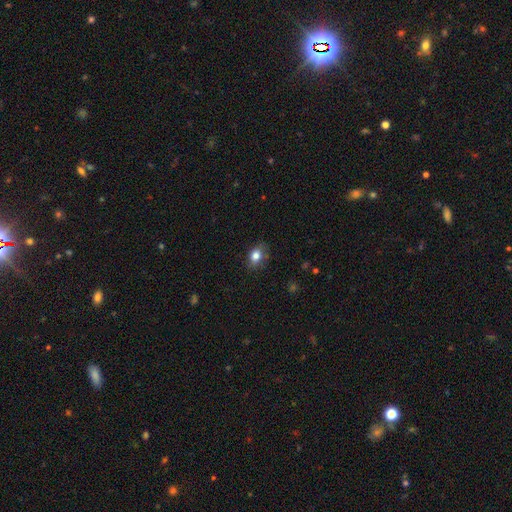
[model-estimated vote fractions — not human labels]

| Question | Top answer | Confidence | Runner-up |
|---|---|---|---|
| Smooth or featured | smooth | 82% | star or artifact (10%) |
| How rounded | in between | 70% | round (28%) |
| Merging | none | 78% | minor disturbance (18%) |